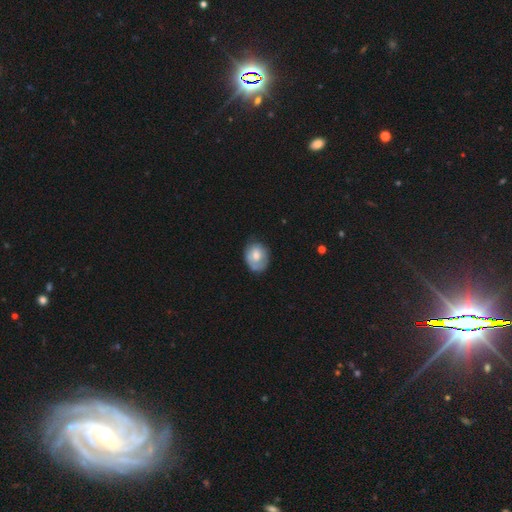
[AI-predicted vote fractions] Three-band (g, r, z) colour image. It shows a smooth galaxy with no disk features (62%) that is in between round and cigar-shaped (52%). Merging: none (58%).